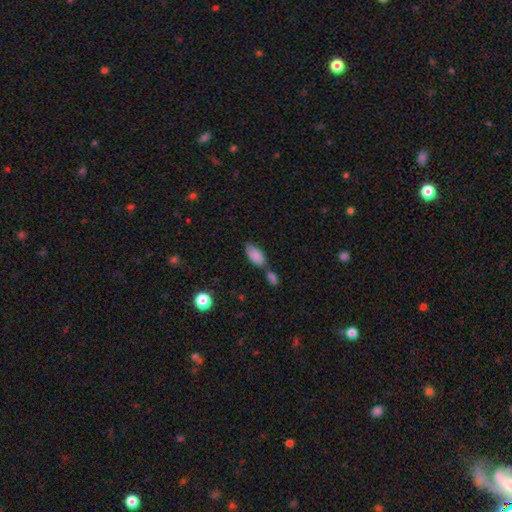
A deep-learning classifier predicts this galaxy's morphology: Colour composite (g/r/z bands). It shows a smooth galaxy with no disk features (85%) that is in between round and cigar-shaped (92%). Merging: none (42%).